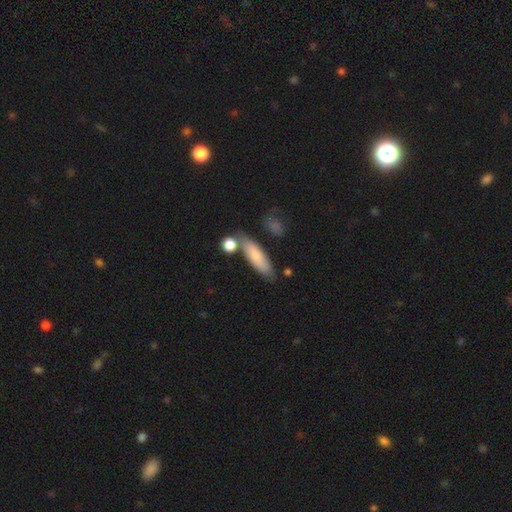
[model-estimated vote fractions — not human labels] Smooth or featured? Predicted: smooth (p=0.76). How rounded? Predicted: cigar-shaped (p=0.54). Merging? Predicted: none (p=0.71).